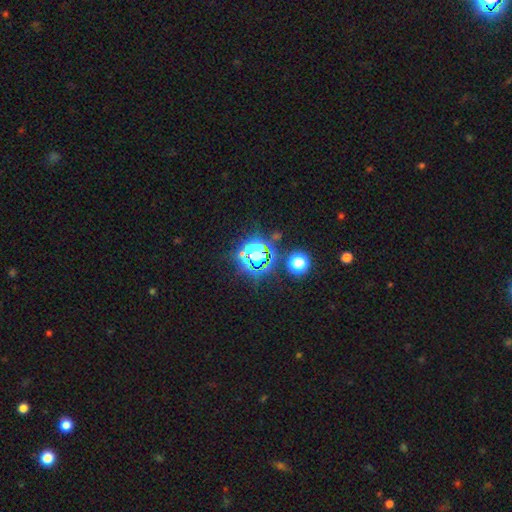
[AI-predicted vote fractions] The model was most divided on "smooth or featured": star or artifact: 63%, smooth: 26%, featured or disk: 11%.